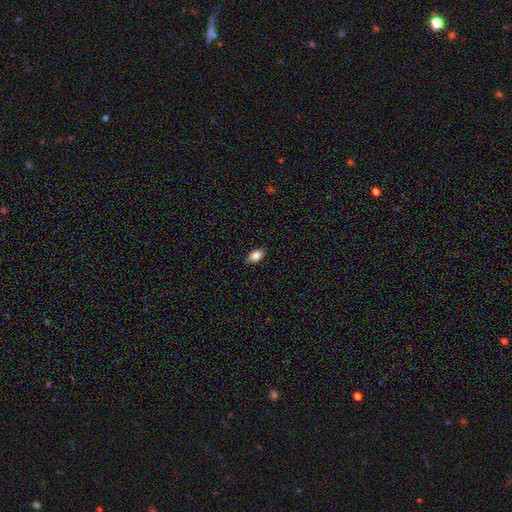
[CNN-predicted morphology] A smooth galaxy with no disk features (85%) that is in between round and cigar-shaped (89%). Merging: none (87%).